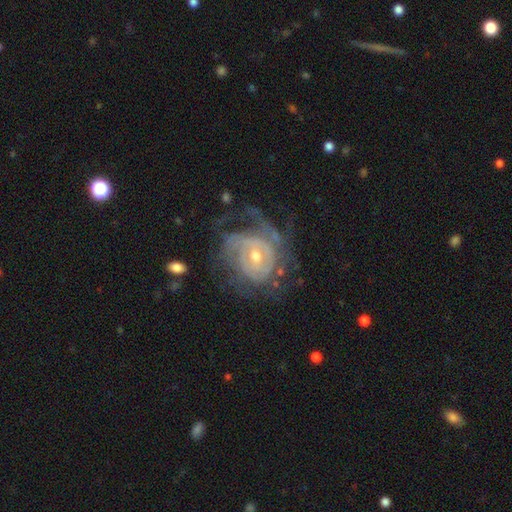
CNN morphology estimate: featured or disk 85%, smooth 9%, star or artifact 6%. Down the decision tree: edge-on disk — no (97%); bar — no (56%); spiral arms — yes (89%); spiral arm count — can't tell (43%); spiral winding — tight (65%); bulge size — moderate (58%); merging — none (50%).